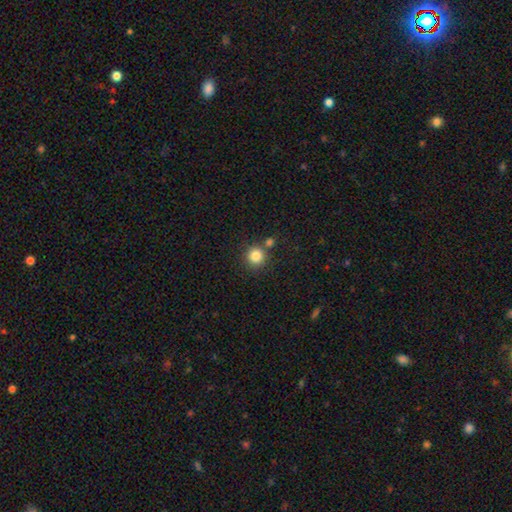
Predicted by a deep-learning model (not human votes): A smooth galaxy with no disk features (84%) that is round (93%).

Vote fractions:
- Smooth or featured? smooth: 84% / star or artifact: 11% / featured or disk: 5%
- How rounded? round: 93% / in between: 6% / cigar-shaped: 1%
- Merging? none: 76% / merger: 13% / minor disturbance: 8% / major disturbance: 3%